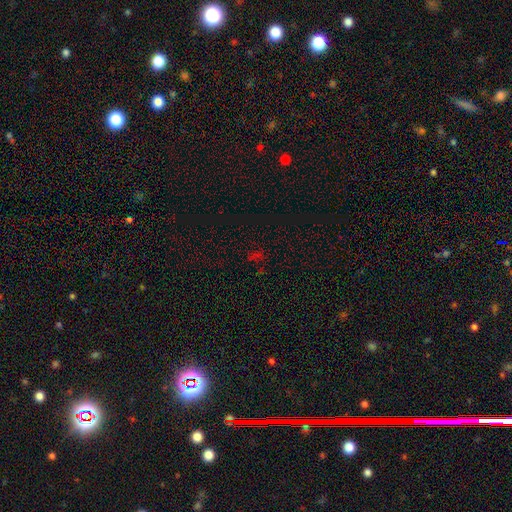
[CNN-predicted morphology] Smooth or featured? Predicted: star or artifact (p=0.58).